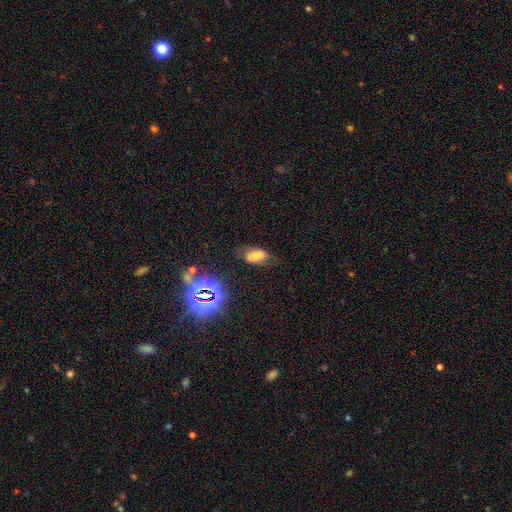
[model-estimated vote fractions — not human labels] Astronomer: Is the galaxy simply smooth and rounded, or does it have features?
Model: smooth — 58%.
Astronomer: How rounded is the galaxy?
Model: in between — 90%.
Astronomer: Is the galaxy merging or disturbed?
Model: none — 66%.